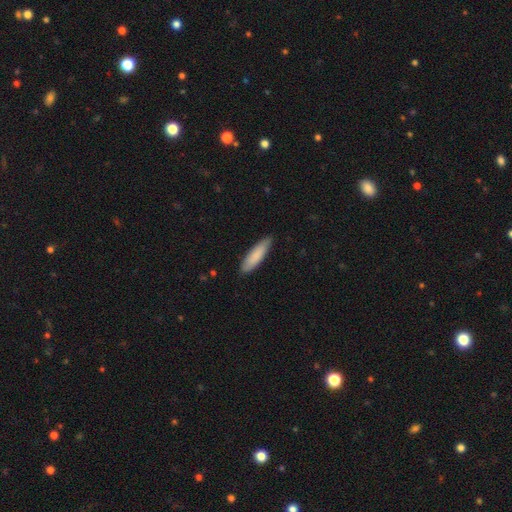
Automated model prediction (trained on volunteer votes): The model was most divided on "how rounded": cigar-shaped: 65%, in between: 34%, round: 1%. More confident: smooth or featured — smooth (85%); merging — none (85%).